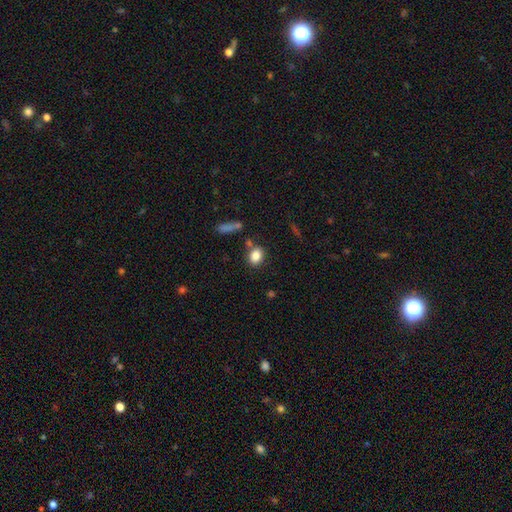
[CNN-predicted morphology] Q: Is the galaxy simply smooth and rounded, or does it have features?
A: smooth — 84%.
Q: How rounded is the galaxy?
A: in between — 62%.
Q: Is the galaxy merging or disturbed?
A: none — 75%.